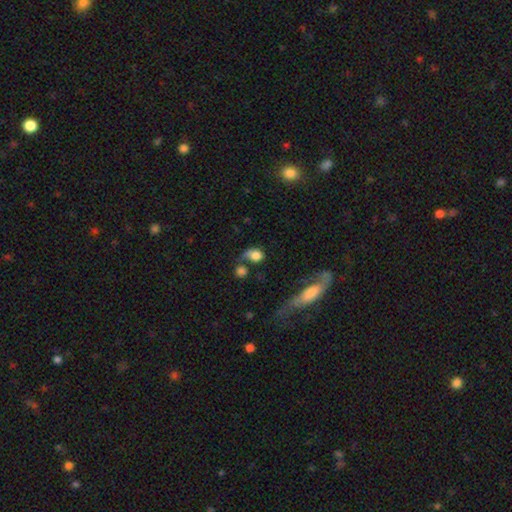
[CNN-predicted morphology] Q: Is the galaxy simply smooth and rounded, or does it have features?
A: smooth — 73%.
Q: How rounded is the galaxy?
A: in between — 58%.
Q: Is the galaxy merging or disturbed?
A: none — 31%.